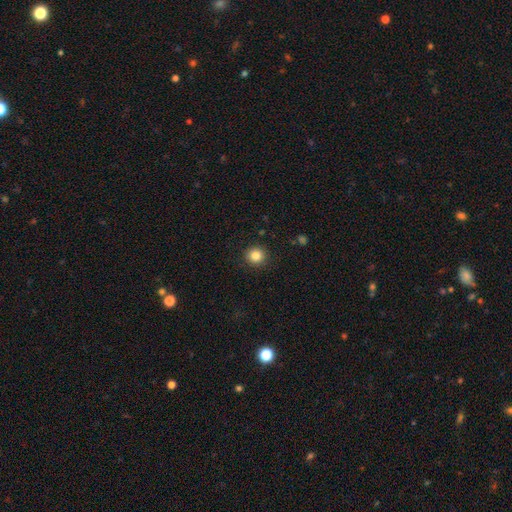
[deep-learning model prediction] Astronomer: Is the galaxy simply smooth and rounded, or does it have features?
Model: smooth — 84%.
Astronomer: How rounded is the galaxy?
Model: round — 93%.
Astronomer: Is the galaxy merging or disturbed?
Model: none — 92%.